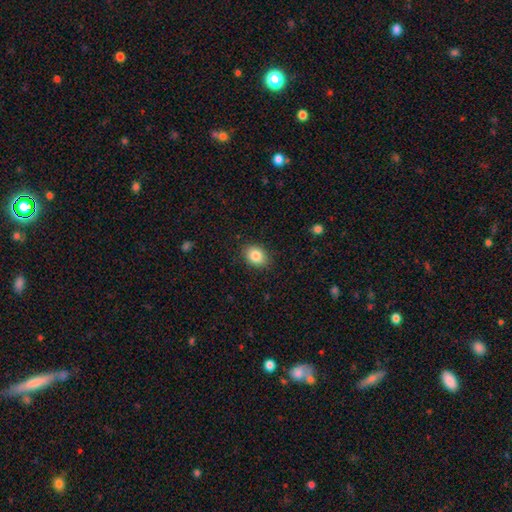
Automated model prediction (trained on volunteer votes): smooth_or_featured: smooth (p=0.86) [alt: star or artifact p=0.08]
how_rounded: in between (p=0.61) [alt: round p=0.38]
merging: none (p=0.86) [alt: minor disturbance p=0.10]